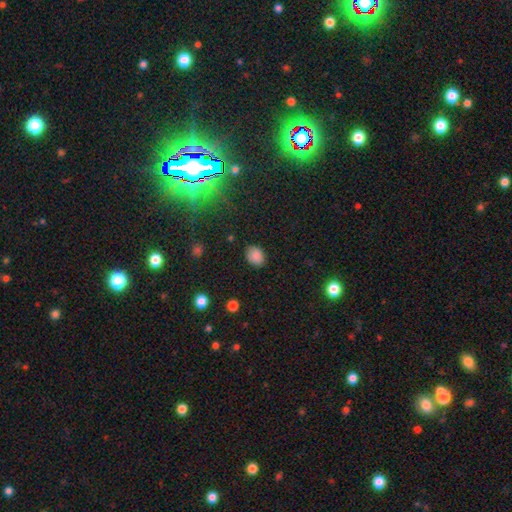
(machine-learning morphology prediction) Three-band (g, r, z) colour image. It shows a smooth galaxy with no disk features (85%) that is in between round and cigar-shaped (59%). Merging: none (83%).